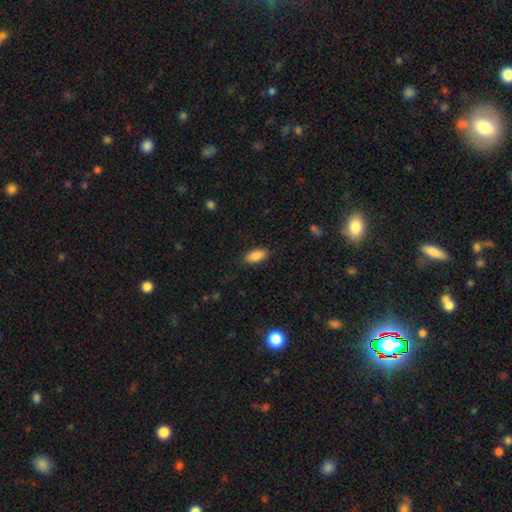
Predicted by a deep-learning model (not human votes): This appears to be a smooth galaxy with no disk features (87%) that is in between round and cigar-shaped (90%). Merging: none (86%).